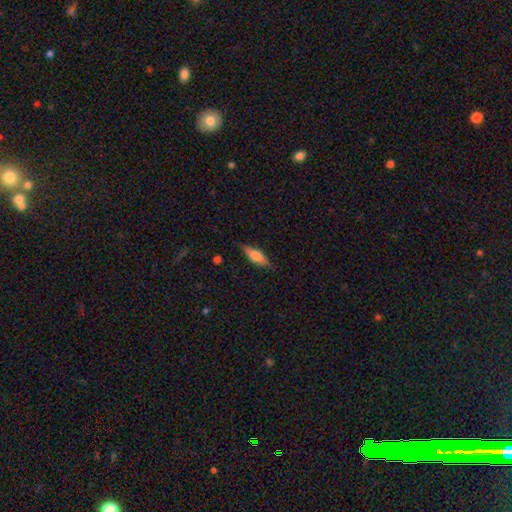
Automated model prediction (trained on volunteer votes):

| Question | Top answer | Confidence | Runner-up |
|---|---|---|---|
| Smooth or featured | smooth | 62% | featured or disk (31%) |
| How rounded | in between | 49% | cigar-shaped (48%) |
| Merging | none | 84% | minor disturbance (13%) |